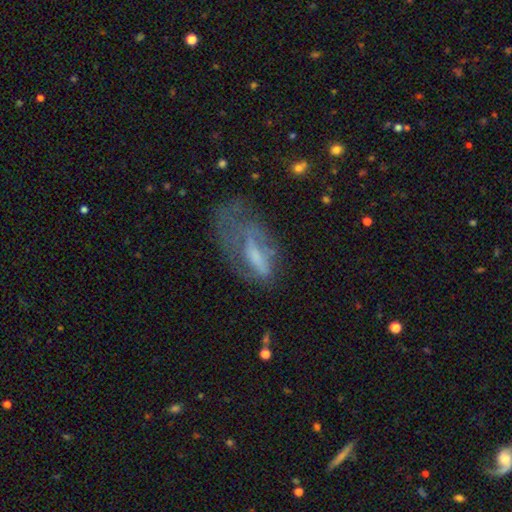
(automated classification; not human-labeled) The model was most divided on "smooth or featured": featured or disk: 50%, smooth: 38%, star or artifact: 12%. Remaining: merging — major disturbance (44%).